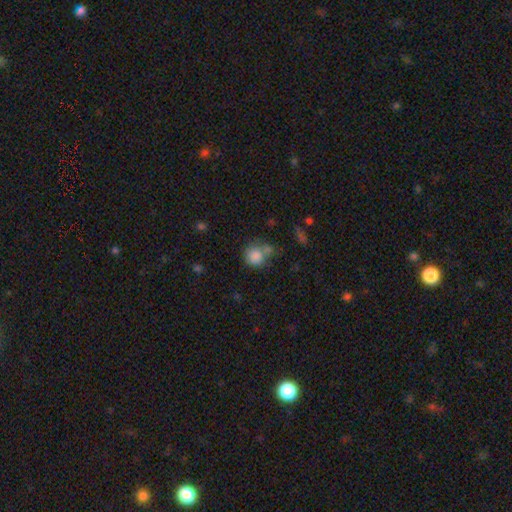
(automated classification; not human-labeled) A smooth galaxy with no disk features (84%) that is round (85%).

Vote fractions:
- Smooth or featured? smooth: 84% / star or artifact: 9% / featured or disk: 6%
- How rounded? round: 85% / in between: 14% / cigar-shaped: 1%
- Merging? none: 52% / merger: 23% / minor disturbance: 17% / major disturbance: 8%